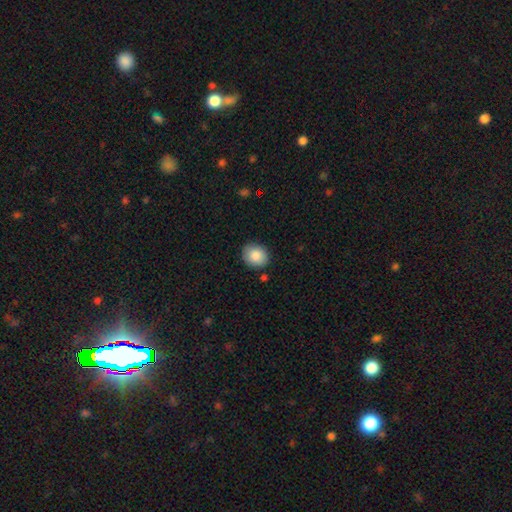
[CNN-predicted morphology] smooth-or-featured: smooth: 86% | star or artifact: 8% | featured or disk: 6%
  how-rounded: round: 71% | in between: 28% | cigar-shaped: 1%
  merging: none: 86% | minor disturbance: 10% | major disturbance: 2% | merger: 2%